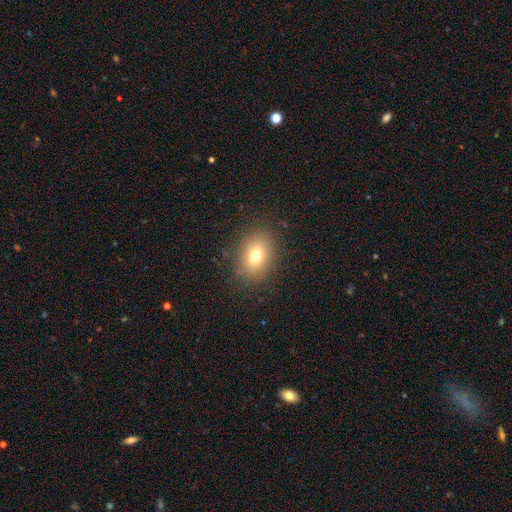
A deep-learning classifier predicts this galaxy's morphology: The model was most divided on "how rounded": in between: 67%, round: 32%, cigar-shaped: 1%. More confident: merging — none (85%); smooth or featured — smooth (73%).